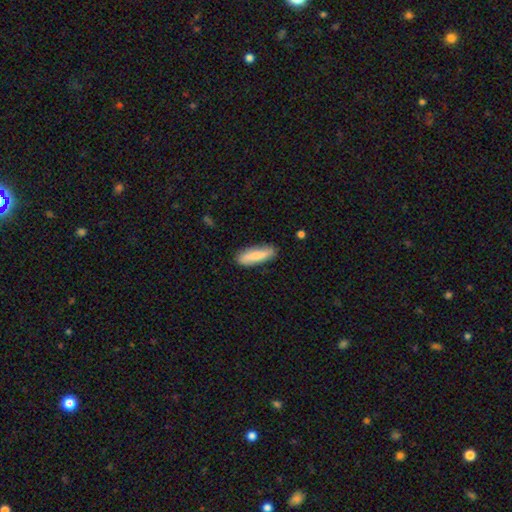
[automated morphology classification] Smooth or featured: smooth — 74% (featured or disk — 21%)
How rounded: cigar-shaped — 55% (in between — 43%)
Merging: none — 82% (minor disturbance — 14%)